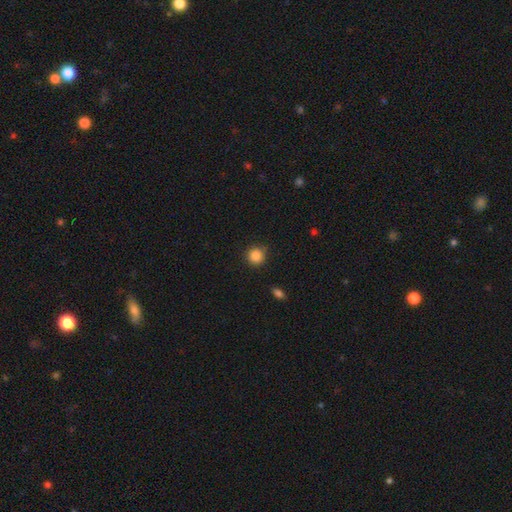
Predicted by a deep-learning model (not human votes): Overall: smooth (86%). How rounded: round (93%). Merging: none (86%).